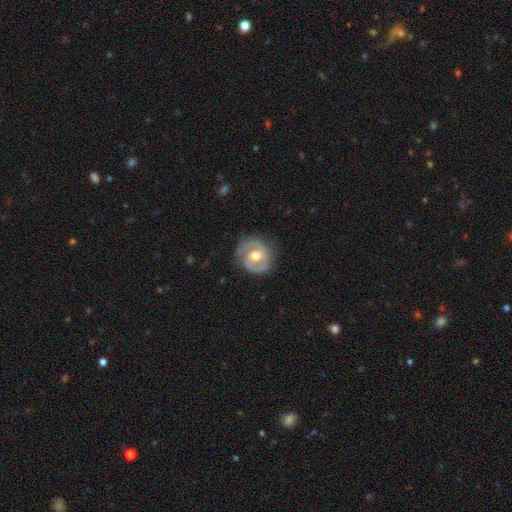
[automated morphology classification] Smooth or featured: featured or disk — 76% (smooth — 19%)
Edge-on disk: no — 97% (yes — 3%)
Bar: no — 47% (weak — 41%)
Spiral arms: yes — 85% (no — 15%)
Spiral winding: tight — 45% (medium — 42%)
Spiral arm count: 2 — 77% (can't tell — 10%)
Bulge size: moderate — 75% (small — 16%)
Merging: none — 75% (minor disturbance — 17%)